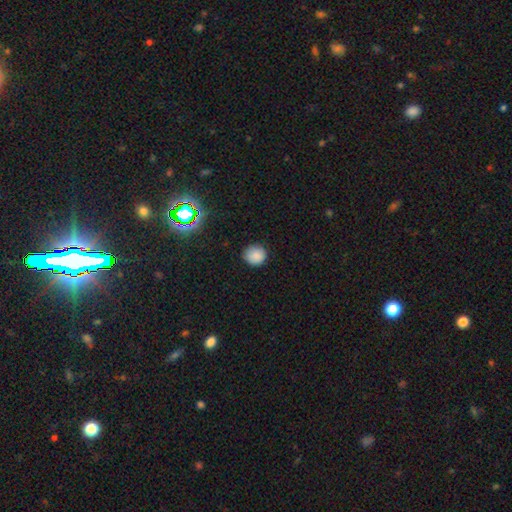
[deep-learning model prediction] This is clearly a smooth galaxy (85%). How rounded: clearly round (92%). Merging: clearly none (88%).